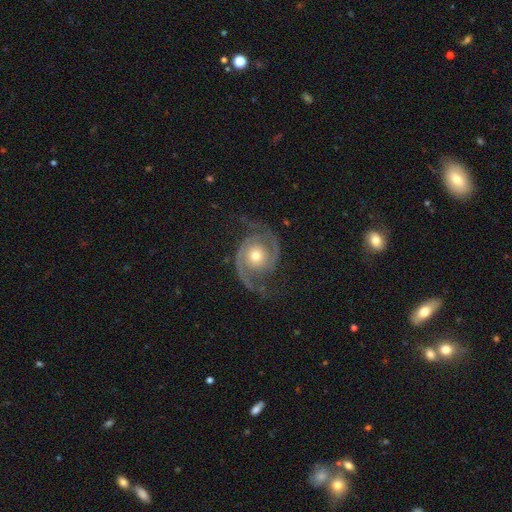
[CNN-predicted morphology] smooth-or-featured: featured or disk: 91% | smooth: 5% | star or artifact: 5%
  disk-edge-on: no: 98% | yes: 2%
    bar: no: 75% | weak: 19% | strong: 6%
    has-spiral-arms: yes: 98% | no: 2%
      spiral-winding: medium: 49% | tight: 34% | loose: 18%
      spiral-arm-count: 2: 92% | can't tell: 2% | 1: 2% | 3: 2% | 4: 1% | more than 4: 1%
    bulge-size: moderate: 65% | small: 27% | large: 6% | dominant: 1% | none: 1%
  merging: none: 73% | minor disturbance: 16% | major disturbance: 9% | merger: 2%